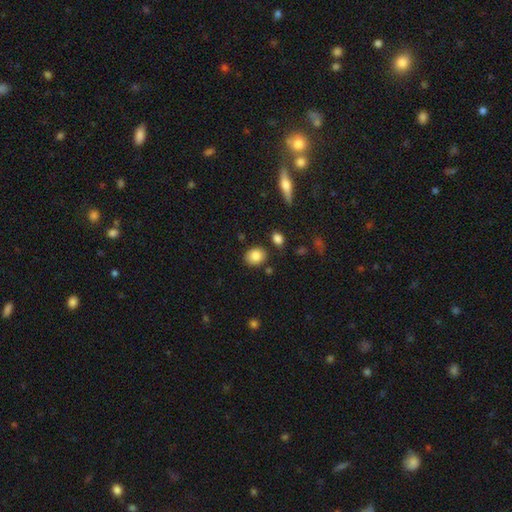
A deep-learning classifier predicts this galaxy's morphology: This is clearly a smooth galaxy (84%). How rounded: possibly round (57%). Merging: clearly none (83%).